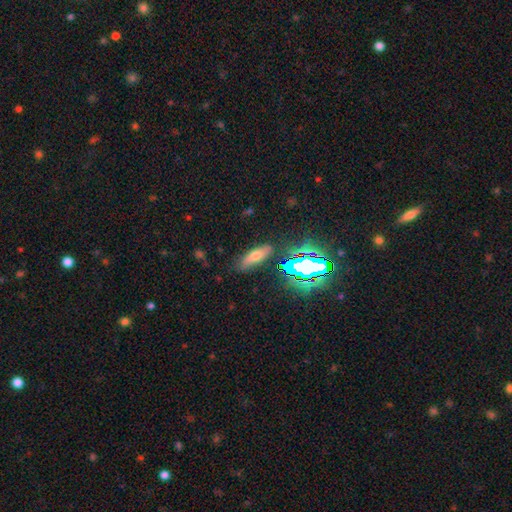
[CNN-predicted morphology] smooth-or-featured: smooth: 56% | star or artifact: 23% | featured or disk: 22%
  how-rounded: in between: 55% | cigar-shaped: 40% | round: 5%
  merging: none: 80% | minor disturbance: 13% | major disturbance: 4% | merger: 3%